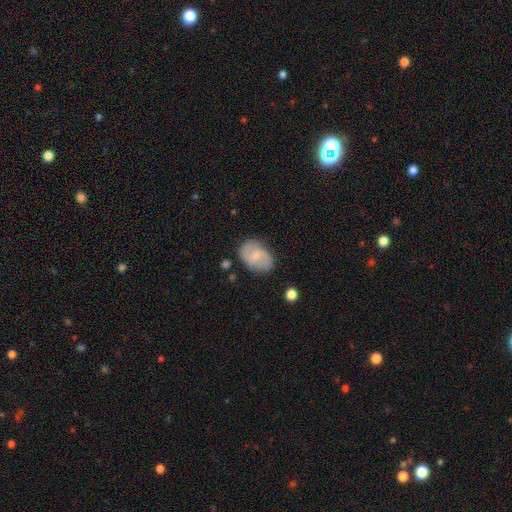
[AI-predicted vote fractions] featured or disk 62%, smooth 32%, star or artifact 7%. Down the decision tree: edge-on disk — no (97%); bar — weak (49%); spiral arms — yes (90%); spiral arm count — 2 (87%); spiral winding — medium (46%); bulge size — small (63%); merging — none (77%).